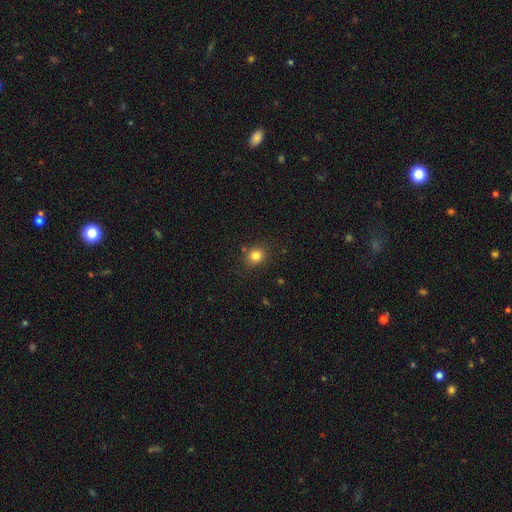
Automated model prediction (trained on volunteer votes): Smooth or featured? Predicted: smooth (p=0.82). How rounded? Predicted: round (p=0.78). Merging? Predicted: none (p=0.85).